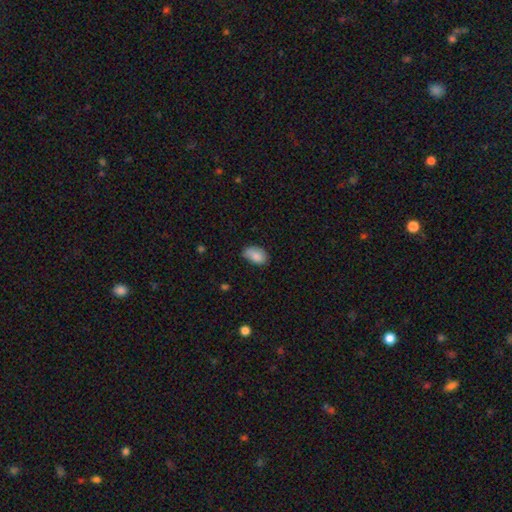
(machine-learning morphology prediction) A smooth galaxy with no disk features (85%) that is in between round and cigar-shaped (91%). Merging: none (60%).